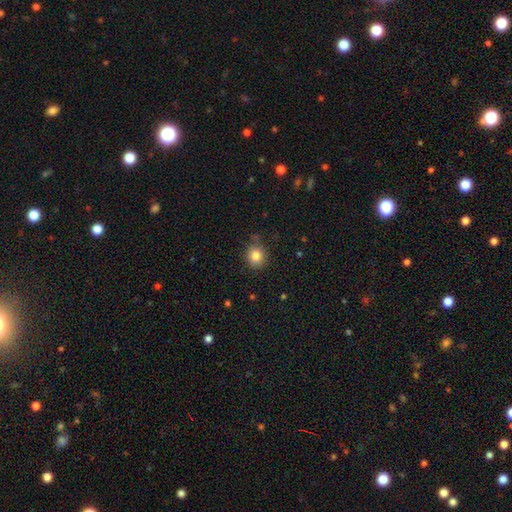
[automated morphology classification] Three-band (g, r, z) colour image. It shows a smooth galaxy with no disk features (83%) that is round (76%). Merging: none (80%).